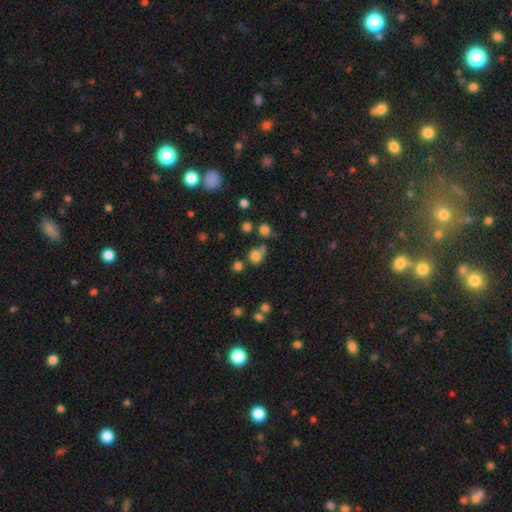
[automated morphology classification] The model was most divided on "merging": none: 54%, merger: 19%, minor disturbance: 17%, major disturbance: 9%. More confident: smooth or featured — smooth (76%); how rounded — round (76%).